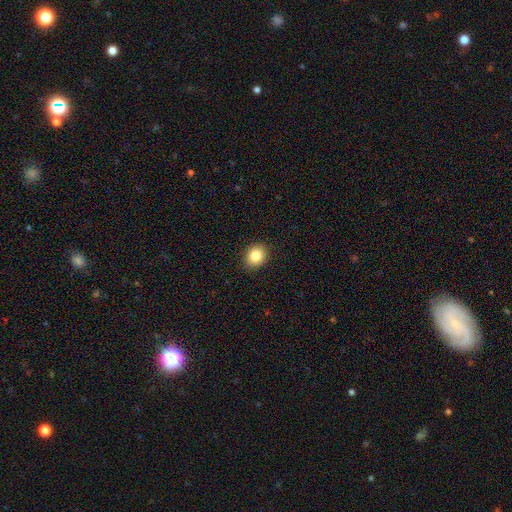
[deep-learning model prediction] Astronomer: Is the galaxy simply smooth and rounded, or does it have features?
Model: smooth — 83%.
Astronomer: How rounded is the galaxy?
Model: round — 56% (runner-up: in between, 43%).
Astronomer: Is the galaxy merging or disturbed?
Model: none — 90%.